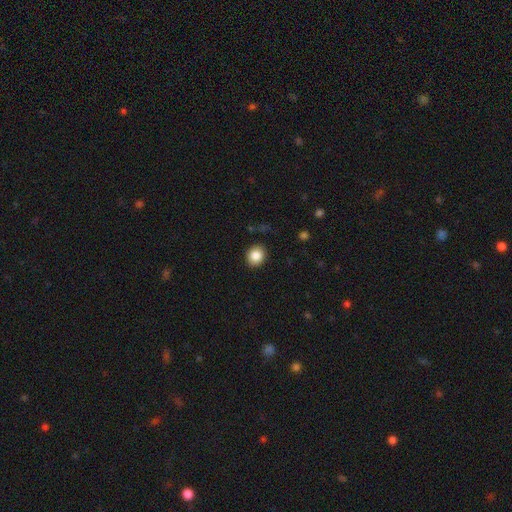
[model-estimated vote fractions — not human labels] A smooth galaxy with no disk features (86%) that is round (73%).

Vote fractions:
- Smooth or featured? smooth: 86% / star or artifact: 9% / featured or disk: 5%
- How rounded? round: 73% / in between: 27% / cigar-shaped: 1%
- Merging? none: 88% / minor disturbance: 8% / major disturbance: 2% / merger: 1%